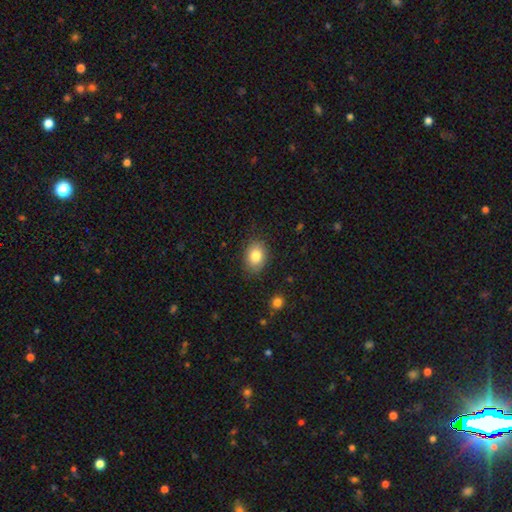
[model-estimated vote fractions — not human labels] smooth_or_featured: smooth (p=0.83) [alt: featured or disk p=0.09]
how_rounded: in between (p=0.68) [alt: round p=0.31]
merging: none (p=0.86) [alt: minor disturbance p=0.11]